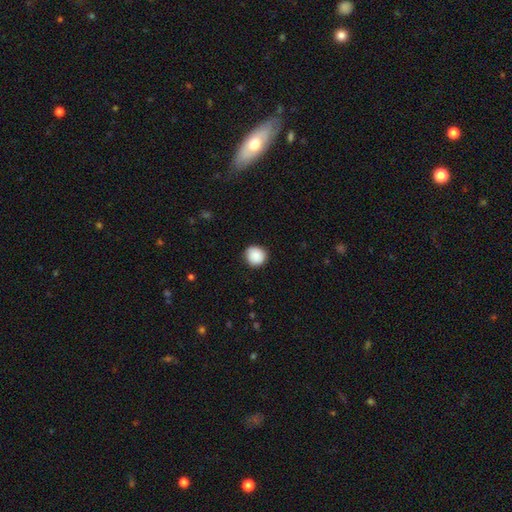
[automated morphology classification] A smooth galaxy with no disk features (89%) that is round (92%). Merging: none (89%).